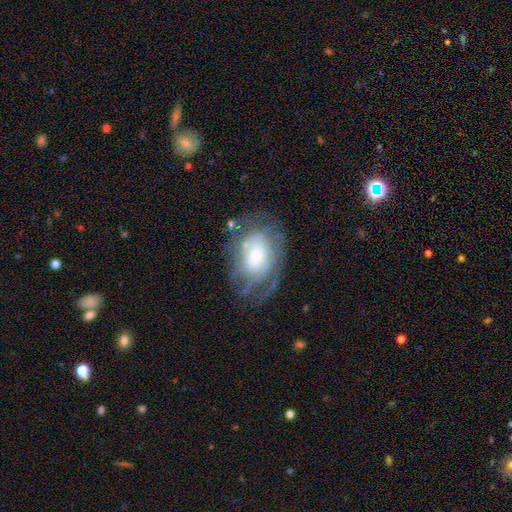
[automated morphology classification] A featured or disk galaxy (71%) with no bar (72%), tight (61%) spiral arms (79%) and a small central bulge (38%).

Vote fractions:
- Smooth or featured? featured or disk: 71% / smooth: 21% / star or artifact: 8%
- Edge-on disk? no: 96% / yes: 4%
- Bar? no: 72% / weak: 23% / strong: 5%
- Spiral arms? yes: 79% / no: 21%
- Spiral winding? tight: 61% / medium: 28% / loose: 11%
- Spiral arm count? can't tell: 56% / 2: 16% / 3: 10% / 4: 7% / 1: 6% / more than 4: 5%
- Bulge size? small: 38% / moderate: 32% / large: 22% / none: 5% / dominant: 4%
- Merging? none: 61% / minor disturbance: 21% / major disturbance: 15% / merger: 3%